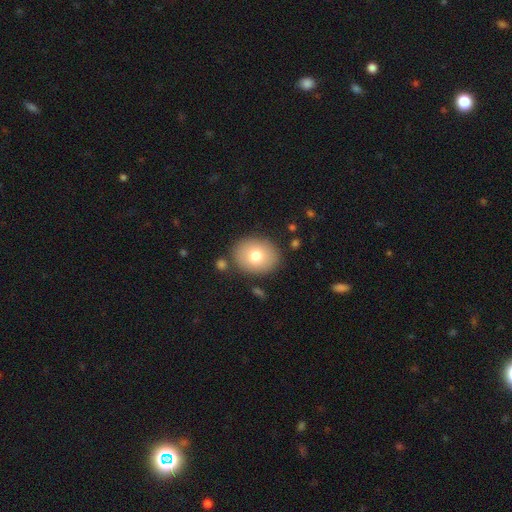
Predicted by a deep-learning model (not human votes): Smooth or featured: smooth — 75% (featured or disk — 16%)
How rounded: round — 59% (in between — 40%)
Merging: none — 85% (minor disturbance — 9%)